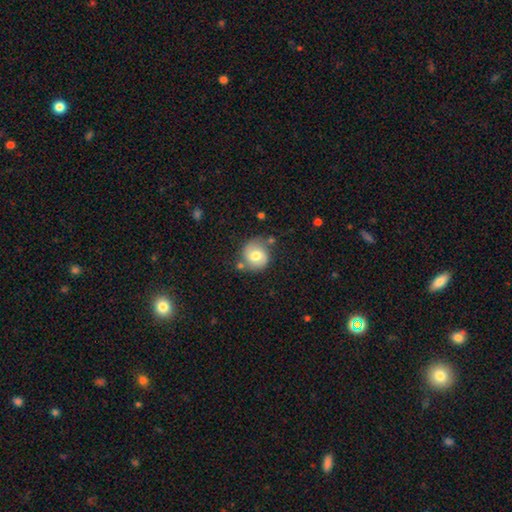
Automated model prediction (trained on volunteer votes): smooth-or-featured: smooth: 60% | featured or disk: 32% | star or artifact: 8%
  how-rounded: round: 86% | in between: 13% | cigar-shaped: 1%
  merging: none: 69% | minor disturbance: 18% | merger: 7% | major disturbance: 6%